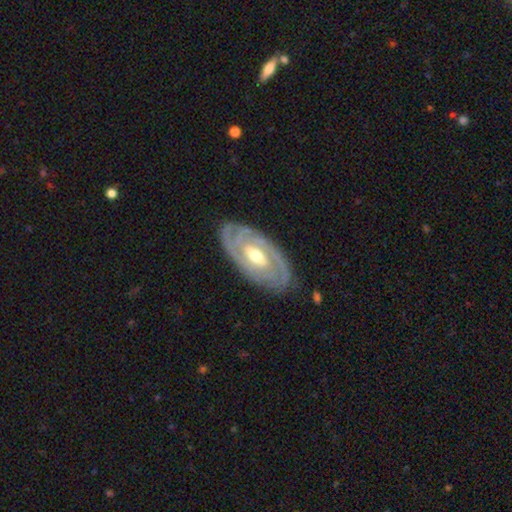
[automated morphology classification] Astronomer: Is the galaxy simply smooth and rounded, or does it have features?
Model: featured or disk — 89%.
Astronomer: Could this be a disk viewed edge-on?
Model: no — 94%.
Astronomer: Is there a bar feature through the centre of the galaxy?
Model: weak — 42% (runner-up: no, 36%).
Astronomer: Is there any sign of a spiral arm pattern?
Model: yes — 96%.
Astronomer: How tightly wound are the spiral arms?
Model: tight — 76%.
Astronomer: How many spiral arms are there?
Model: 2 — 55%.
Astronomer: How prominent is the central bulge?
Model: moderate — 71%.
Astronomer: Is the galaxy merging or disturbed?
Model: none — 84%.